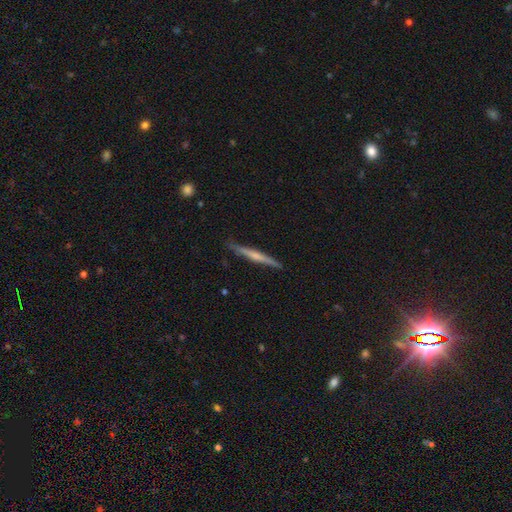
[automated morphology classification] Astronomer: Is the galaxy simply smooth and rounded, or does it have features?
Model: featured or disk — 62%.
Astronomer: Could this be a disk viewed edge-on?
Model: yes — 98%.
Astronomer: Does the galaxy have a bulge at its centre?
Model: rounded — 51% (runner-up: none, 39%).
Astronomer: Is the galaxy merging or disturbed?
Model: none — 88%.